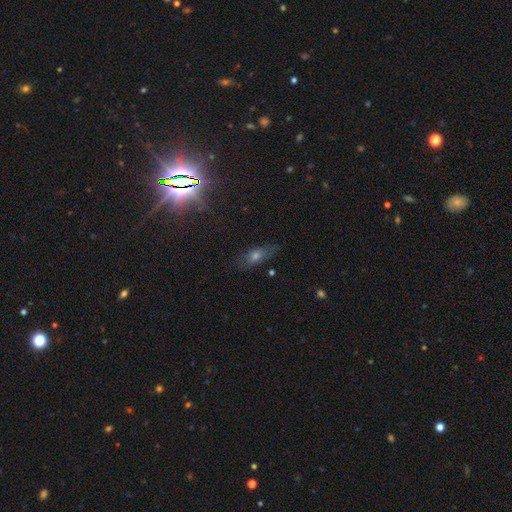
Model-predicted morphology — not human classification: Overall: smooth (42%; featured or disk 31%). Merging: none (77%).